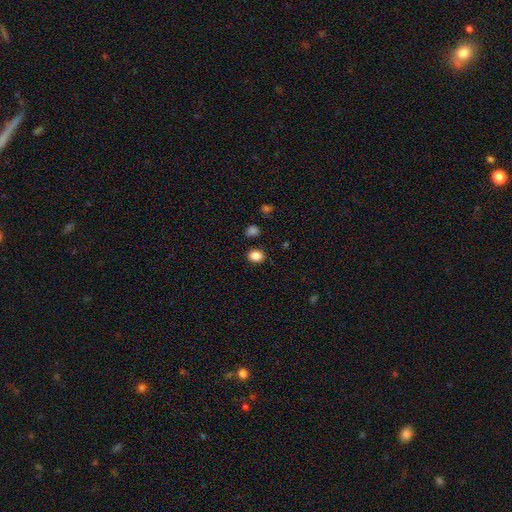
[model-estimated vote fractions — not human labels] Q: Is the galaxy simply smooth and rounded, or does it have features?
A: smooth — 86%.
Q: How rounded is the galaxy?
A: round — 56%.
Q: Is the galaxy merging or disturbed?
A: none — 86%.